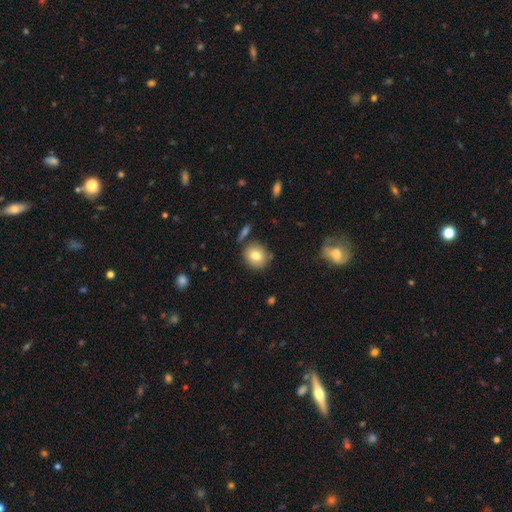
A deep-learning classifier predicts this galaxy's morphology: Smooth or featured?
  - smooth: 79% *
  - featured or disk: 12%
  - star or artifact: 9%
How rounded?
  - round: 82% *
  - in between: 17%
  - cigar-shaped: 1%
Merging?
  - none: 80% *
  - minor disturbance: 11%
  - merger: 6%
  - major disturbance: 3%